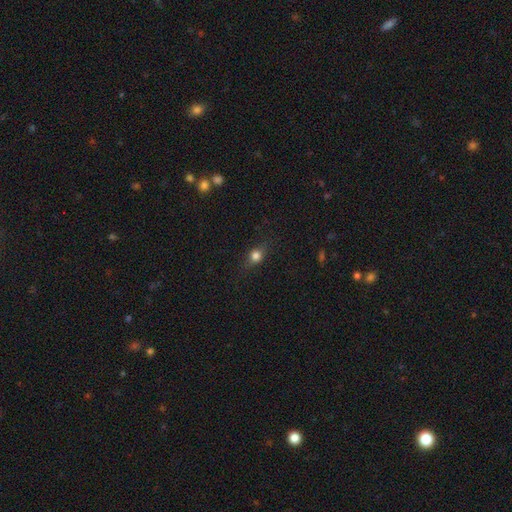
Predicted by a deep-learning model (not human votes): Smooth or featured? smooth (72%)
How rounded? round (52%)
Merging? none (80%)